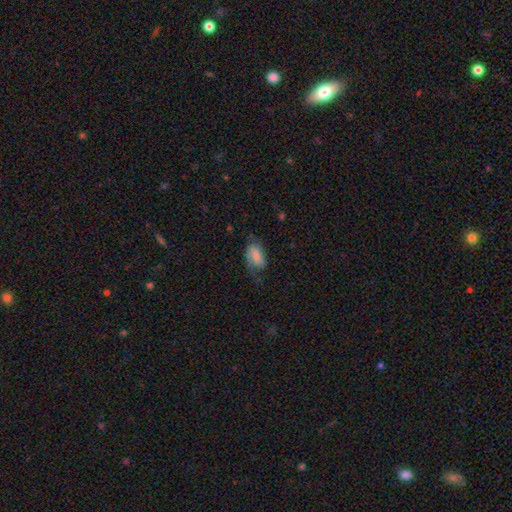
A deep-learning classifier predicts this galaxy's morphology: type=smooth (52%); roundness=in between (91%); merging=none (50%).